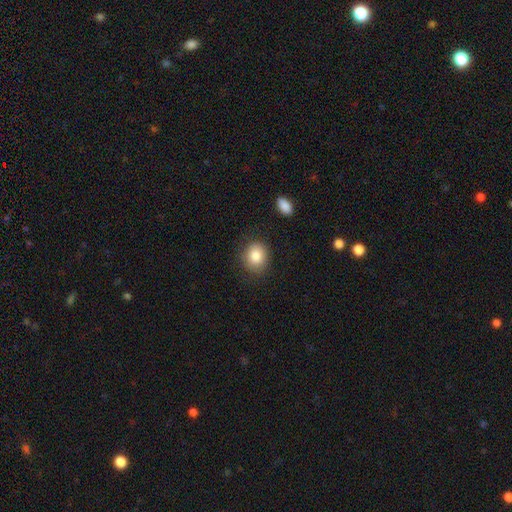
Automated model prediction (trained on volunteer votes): smooth_or_featured: smooth (p=0.84) [alt: star or artifact p=0.09]
how_rounded: round (p=0.69) [alt: in between p=0.30]
merging: none (p=0.83) [alt: minor disturbance p=0.12]